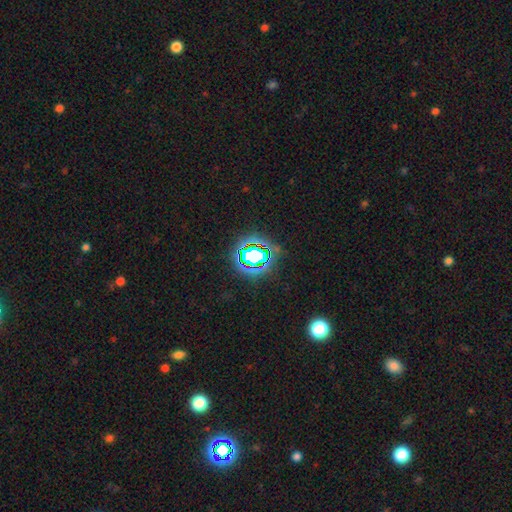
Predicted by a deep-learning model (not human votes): The model was most divided on "smooth or featured": star or artifact: 65%, smooth: 22%, featured or disk: 13%.